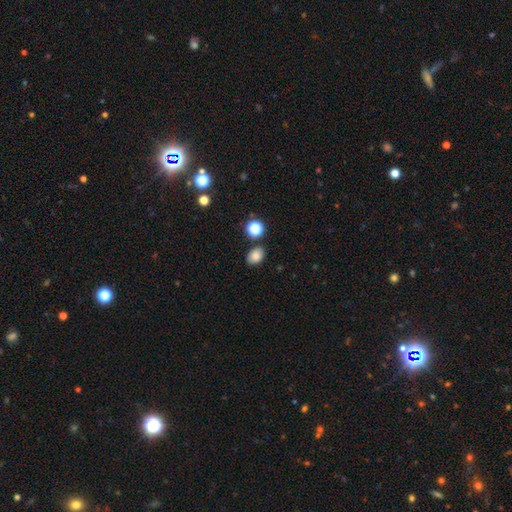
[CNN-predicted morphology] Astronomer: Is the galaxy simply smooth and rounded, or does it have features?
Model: smooth — 81%.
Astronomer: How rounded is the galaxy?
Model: in between — 72%.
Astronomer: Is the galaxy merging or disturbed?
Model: none — 81%.